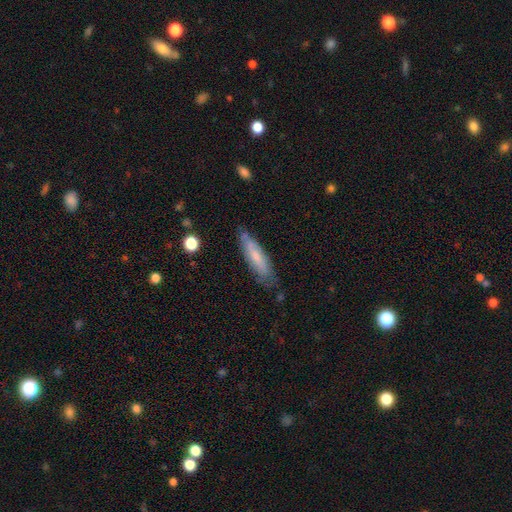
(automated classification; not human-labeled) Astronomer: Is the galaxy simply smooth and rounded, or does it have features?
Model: smooth — 55% (runner-up: featured or disk, 38%).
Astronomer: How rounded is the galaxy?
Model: cigar-shaped — 67%.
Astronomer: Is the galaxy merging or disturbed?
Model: none — 72%.